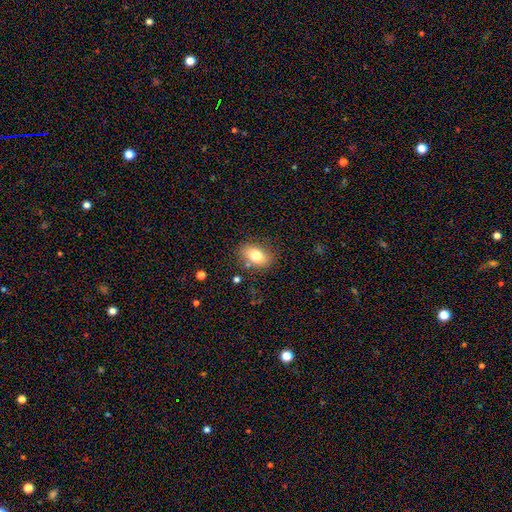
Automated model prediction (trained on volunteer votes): smooth-or-featured: smooth: 77% | featured or disk: 14% | star or artifact: 9%
  how-rounded: in between: 82% | round: 16% | cigar-shaped: 2%
  merging: none: 79% | minor disturbance: 13% | major disturbance: 4% | merger: 3%